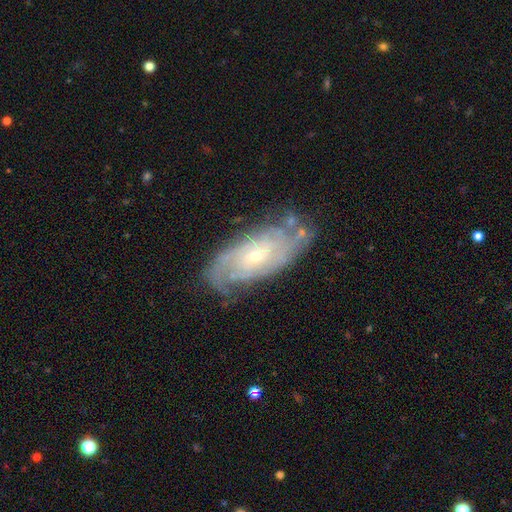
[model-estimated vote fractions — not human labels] Overall: featured or disk (80%). Edge-on disk: no (92%). Bar: no (60%; weak 33%). Spiral arms: yes (91%). Spiral arm count: can't tell (49%; 2 23%). Spiral winding: tight (64%; medium 28%). Bulge size: small (67%; moderate 29%). Merging: none (69%).